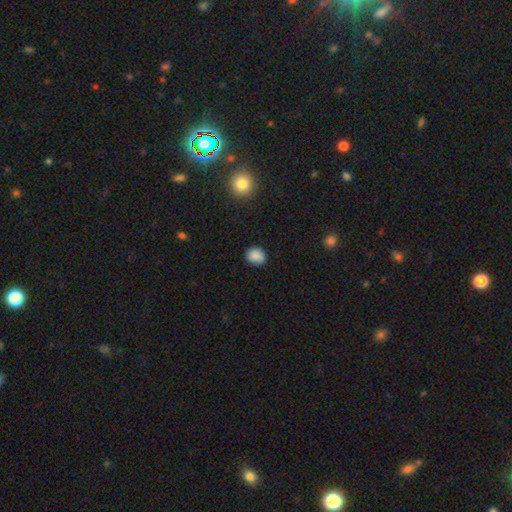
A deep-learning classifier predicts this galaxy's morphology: type=smooth (87%); roundness=round (66%); merging=none (85%).